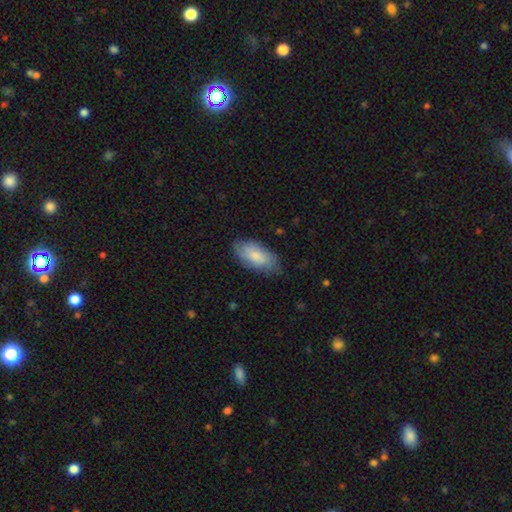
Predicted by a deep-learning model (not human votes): Morphology: type=smooth (76%); roundness=in between (90%); merging=none (73%).